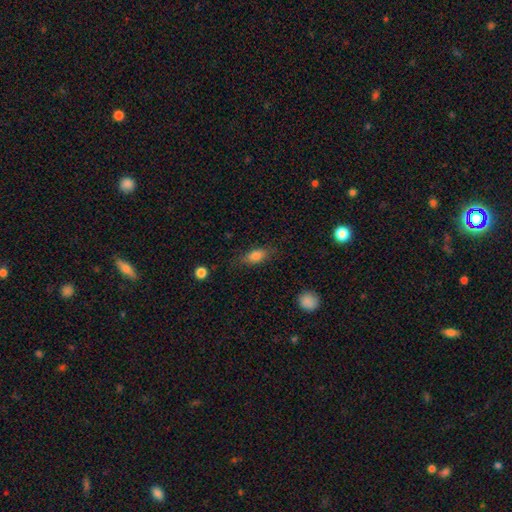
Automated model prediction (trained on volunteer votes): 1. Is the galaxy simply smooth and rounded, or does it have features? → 79% smooth, 12% featured or disk, 9% star or artifact.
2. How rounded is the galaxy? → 79% in between, 14% cigar-shaped, 7% round.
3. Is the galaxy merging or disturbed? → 73% none, 19% minor disturbance, 6% major disturbance, 2% merger.